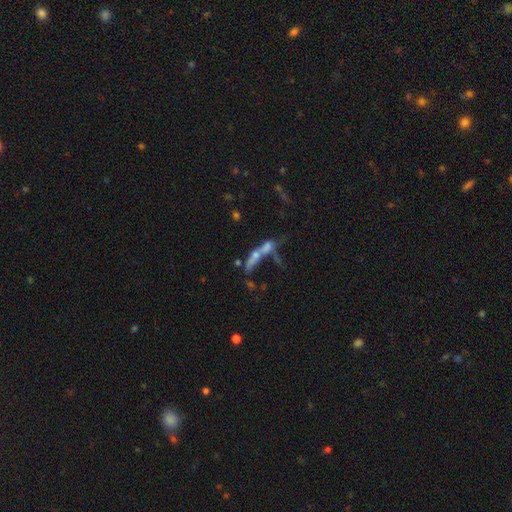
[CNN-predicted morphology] The model was most divided on "smooth or featured": featured or disk: 45%, smooth: 38%, star or artifact: 17%. More confident: merging — merger (54%).